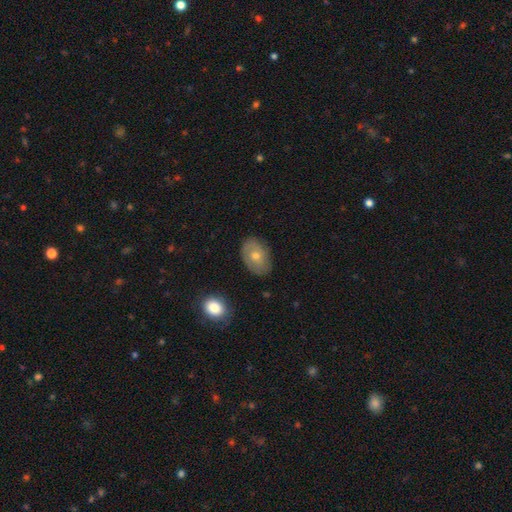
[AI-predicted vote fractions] Q: Smooth or featured?
A: smooth (56%); runner-up: featured or disk (35%)
Q: How rounded?
A: in between (84%); runner-up: round (15%)
Q: Merging?
A: none (82%); runner-up: minor disturbance (13%)